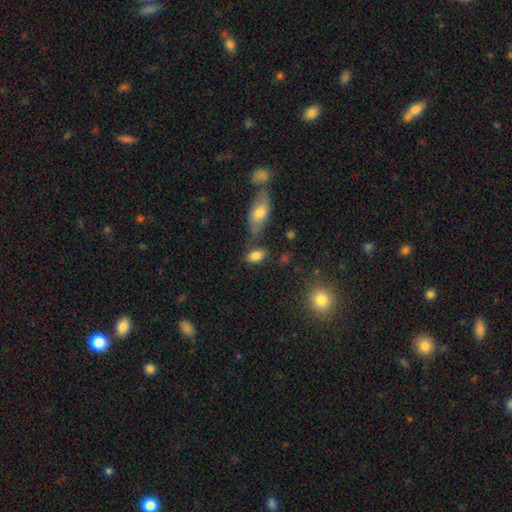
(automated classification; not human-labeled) A smooth galaxy with no disk features (83%) that is in between round and cigar-shaped (86%).

Vote fractions:
- Smooth or featured? smooth: 83% / star or artifact: 9% / featured or disk: 8%
- How rounded? in between: 86% / round: 12% / cigar-shaped: 2%
- Merging? none: 67% / minor disturbance: 16% / merger: 12% / major disturbance: 5%